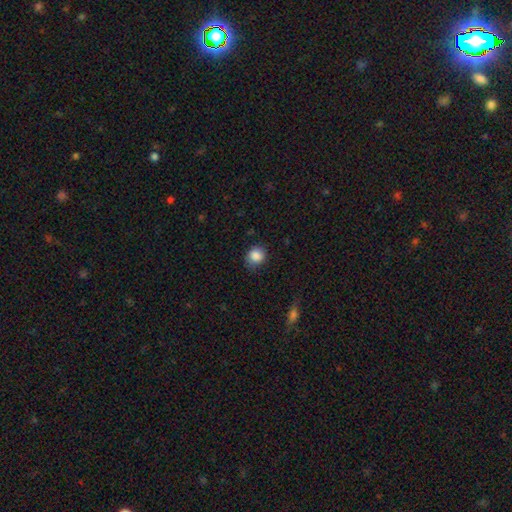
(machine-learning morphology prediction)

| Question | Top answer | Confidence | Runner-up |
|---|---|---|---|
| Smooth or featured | smooth | 87% | star or artifact (9%) |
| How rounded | round | 79% | in between (20%) |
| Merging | none | 75% | minor disturbance (20%) |